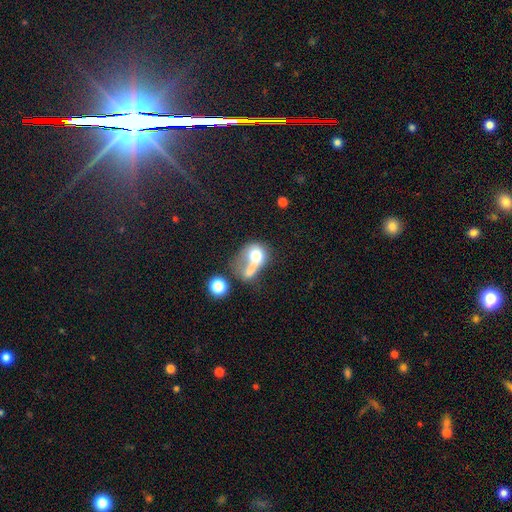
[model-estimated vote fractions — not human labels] Q: Smooth or featured?
A: smooth (63%); runner-up: featured or disk (26%)
Q: How rounded?
A: round (53%); runner-up: in between (43%)
Q: Merging?
A: merger (44%); runner-up: major disturbance (29%)